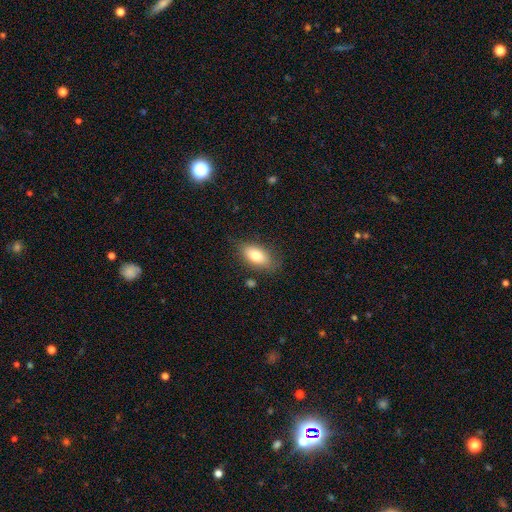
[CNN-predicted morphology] A smooth galaxy with no disk features (78%) that is in between round and cigar-shaped (89%). Merging: none (77%).